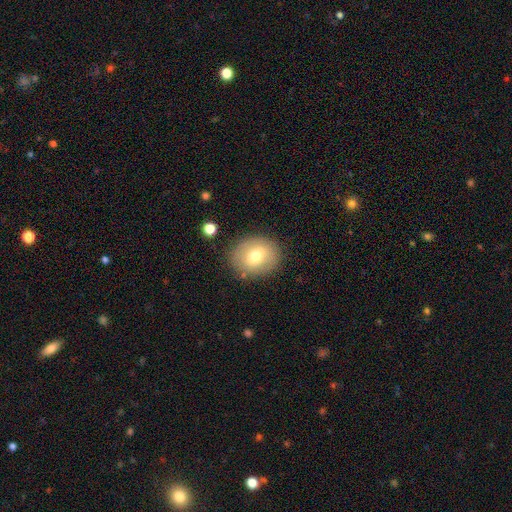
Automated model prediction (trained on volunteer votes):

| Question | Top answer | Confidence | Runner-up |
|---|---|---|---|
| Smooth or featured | smooth | 68% | featured or disk (23%) |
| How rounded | round | 63% | in between (36%) |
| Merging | none | 83% | minor disturbance (11%) |